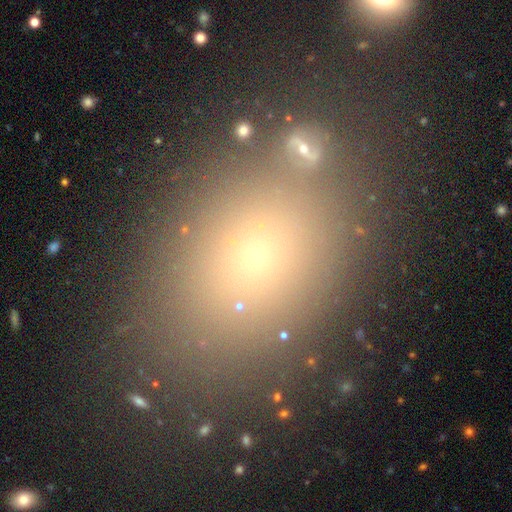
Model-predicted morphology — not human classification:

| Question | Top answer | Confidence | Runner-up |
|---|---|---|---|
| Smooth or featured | smooth | 69% | star or artifact (22%) |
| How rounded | in between | 72% | round (26%) |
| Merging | none | 78% | minor disturbance (11%) |